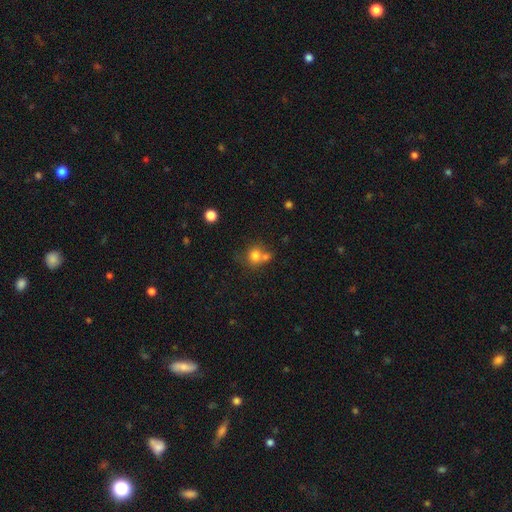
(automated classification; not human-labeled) A smooth galaxy with no disk features (77%) that is round (81%).

Vote fractions:
- Smooth or featured? smooth: 77% / star or artifact: 12% / featured or disk: 11%
- How rounded? round: 81% / in between: 18% / cigar-shaped: 1%
- Merging? none: 44% / merger: 40% / minor disturbance: 11% / major disturbance: 5%